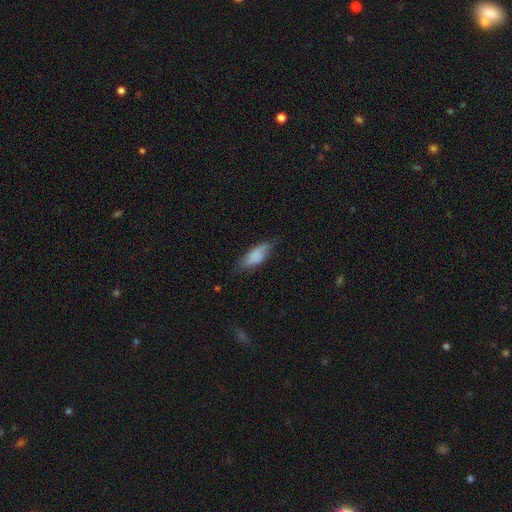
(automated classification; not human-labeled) Overall: smooth (79%). How rounded: in between (78%). Merging: none (57%; minor disturbance 32%).